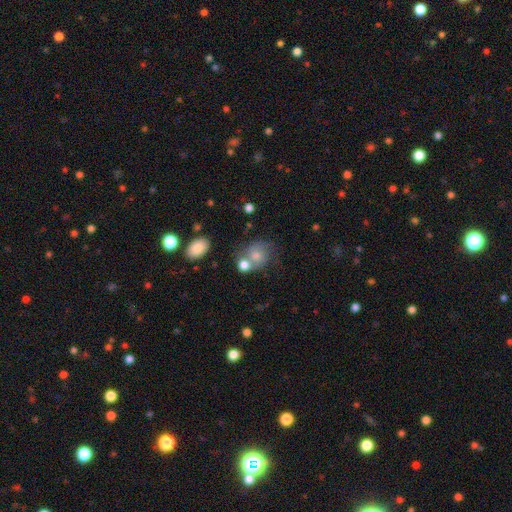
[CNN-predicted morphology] Smooth or featured? smooth (66%)
How rounded? round (63%)
Merging? none (39%)